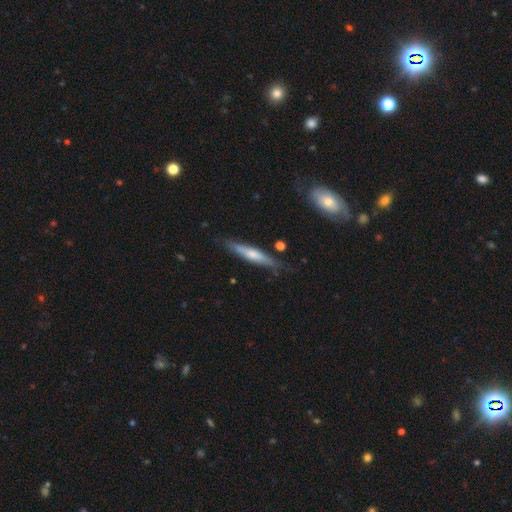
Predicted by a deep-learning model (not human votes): Smooth or featured? Predicted: featured or disk (p=0.55). Edge-on disk? Predicted: yes (p=0.90). Merging? Predicted: none (p=0.81).